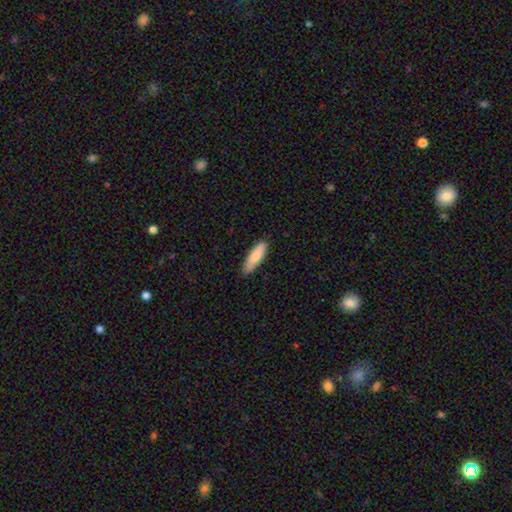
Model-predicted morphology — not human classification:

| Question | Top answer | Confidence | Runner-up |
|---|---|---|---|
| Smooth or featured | smooth | 82% | featured or disk (13%) |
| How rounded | cigar-shaped | 53% | in between (45%) |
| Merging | none | 85% | minor disturbance (12%) |